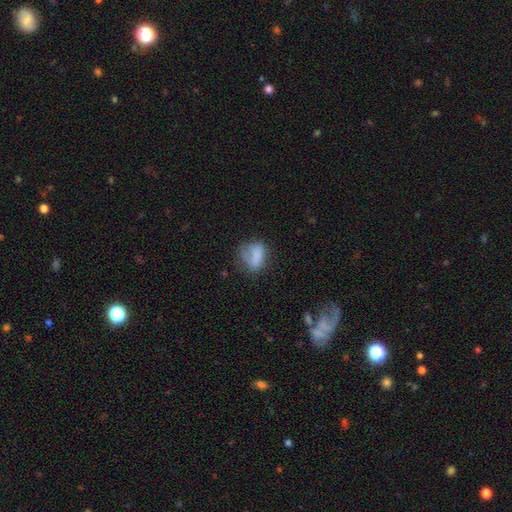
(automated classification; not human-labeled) Smooth or featured: smooth — 71% (featured or disk — 19%)
How rounded: in between — 70% (round — 27%)
Merging: none — 36% (major disturbance — 29%)